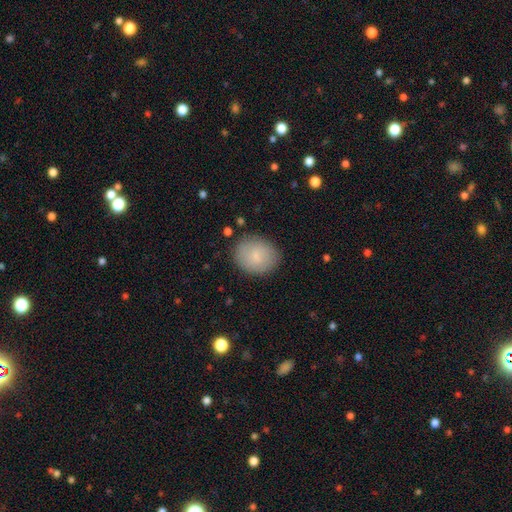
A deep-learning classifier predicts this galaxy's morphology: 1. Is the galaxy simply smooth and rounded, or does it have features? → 80% smooth, 13% featured or disk, 7% star or artifact.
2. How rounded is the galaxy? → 60% round, 38% in between, 1% cigar-shaped.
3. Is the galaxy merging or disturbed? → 85% none, 11% minor disturbance, 3% major disturbance, 1% merger.